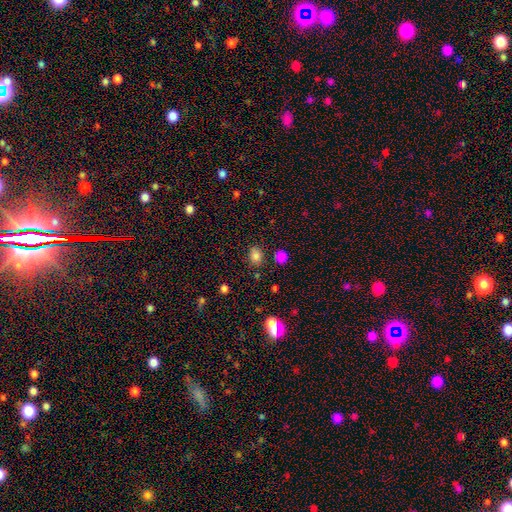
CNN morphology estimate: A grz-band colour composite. It shows a smooth galaxy with no disk features (80%) that is in between round and cigar-shaped (57%). Merging: none (79%).